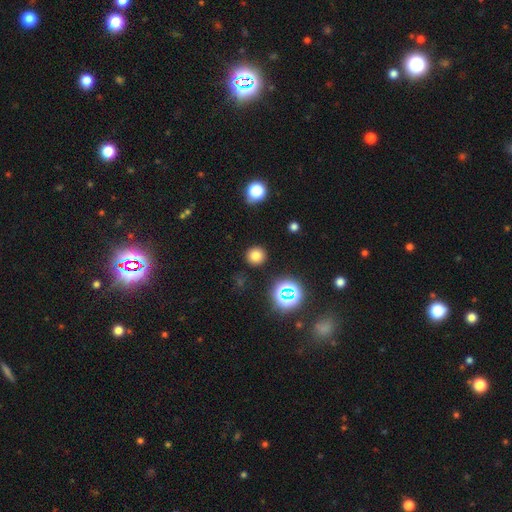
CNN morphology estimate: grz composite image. It shows a smooth galaxy with no disk features (75%) that is round (93%). Merging: none (90%).